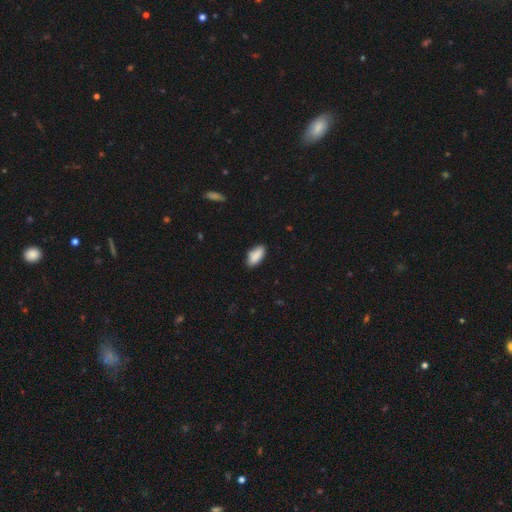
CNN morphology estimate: Q: Smooth or featured?
A: smooth (88%); runner-up: star or artifact (6%)
Q: How rounded?
A: in between (88%); runner-up: cigar-shaped (10%)
Q: Merging?
A: none (80%); runner-up: minor disturbance (15%)